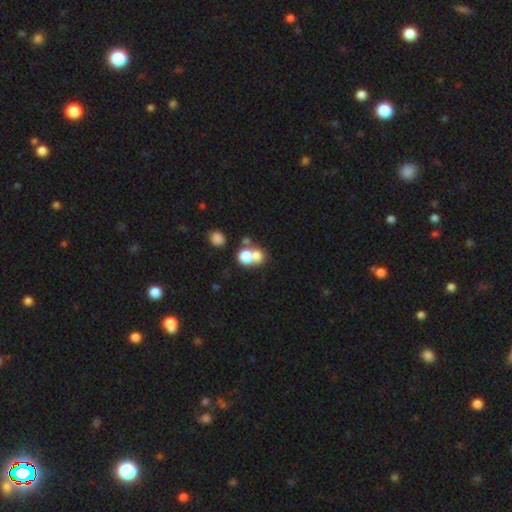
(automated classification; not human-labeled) Smooth or featured? smooth (69%)
How rounded? round (77%)
Merging? merger (57%)